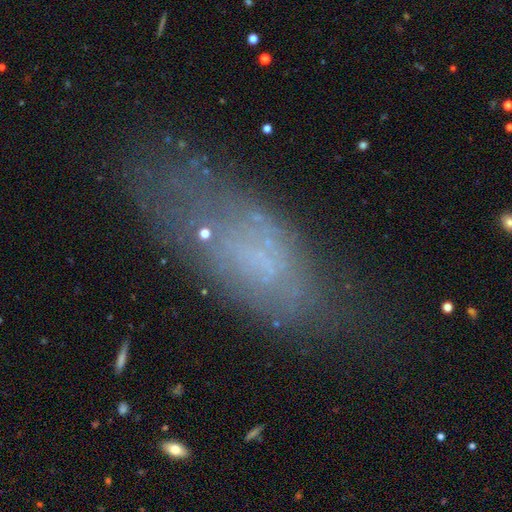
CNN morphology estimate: This appears to be a smooth galaxy with no disk features (49%). Merging: none (53%).